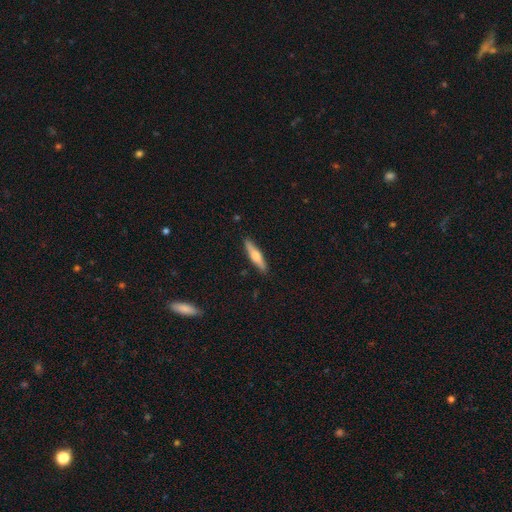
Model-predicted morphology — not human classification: smooth 48%, featured or disk 46%, star or artifact 6%. Down the decision tree: merging — none (90%).